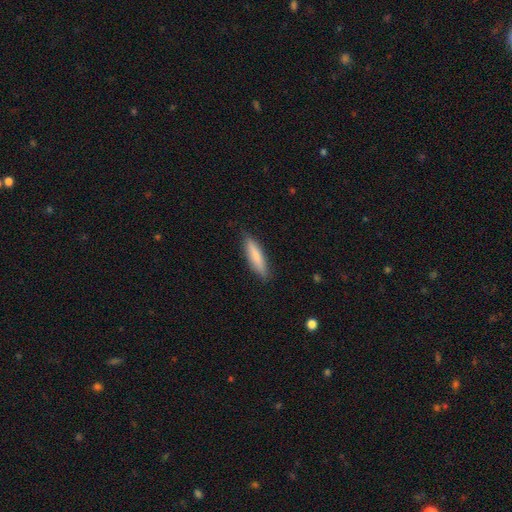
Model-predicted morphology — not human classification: smooth 77%, featured or disk 17%, star or artifact 6%. Down the decision tree: how rounded — cigar-shaped (75%); merging — none (84%).